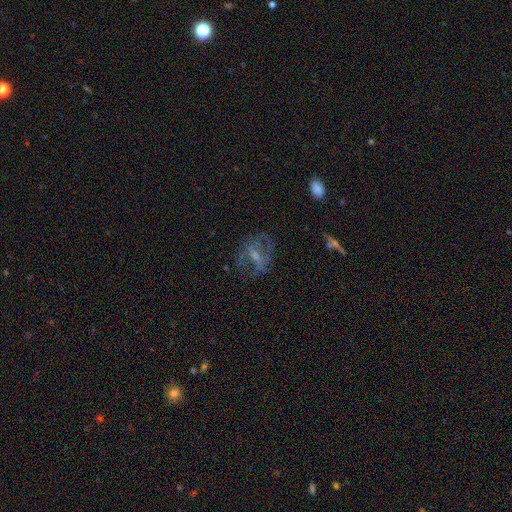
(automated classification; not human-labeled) Q: Smooth or featured?
A: featured or disk (61%); runner-up: smooth (26%)
Q: Edge-on disk?
A: no (94%); runner-up: yes (6%)
Q: Bar?
A: weak (41%); runner-up: no (36%)
Q: Spiral arms?
A: no (58%); runner-up: yes (42%)
Q: Bulge size?
A: small (42%); runner-up: moderate (34%)
Q: Merging?
A: none (55%); runner-up: major disturbance (24%)